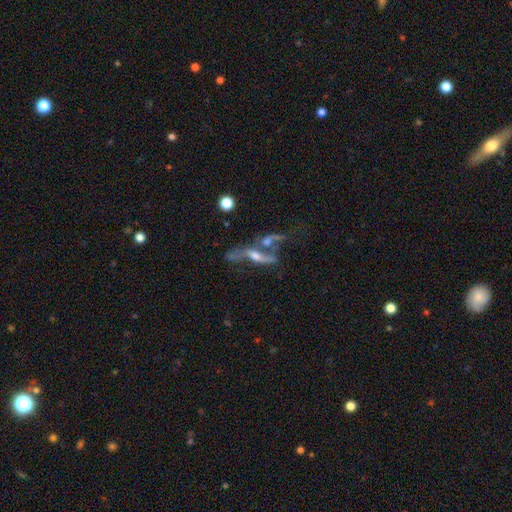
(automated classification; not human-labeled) Overall: featured or disk (69%). Edge-on disk: no (63%; yes 37%). Merging: merger (47%; none 24%).